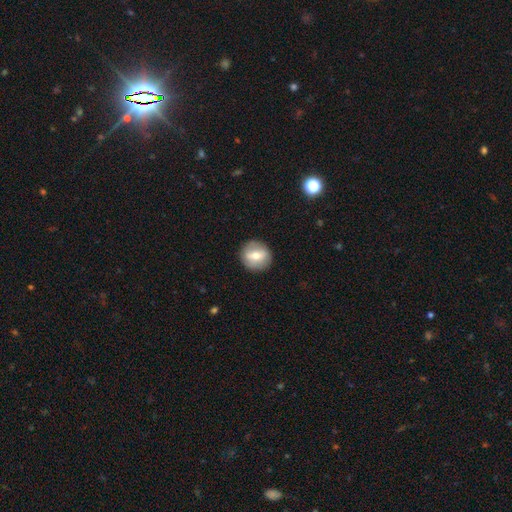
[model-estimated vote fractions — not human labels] smooth-or-featured: smooth: 55% | featured or disk: 37% | star or artifact: 8%
  how-rounded: round: 88% | in between: 11% | cigar-shaped: 1%
  merging: none: 89% | minor disturbance: 8% | major disturbance: 3% | merger: 1%